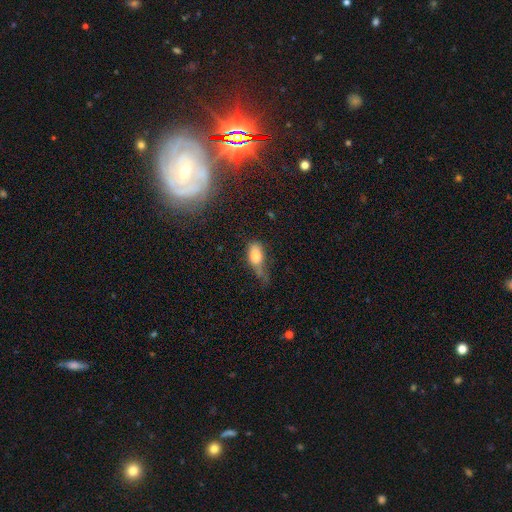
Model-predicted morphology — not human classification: type=smooth (75%); roundness=in between (83%); merging=major disturbance (36%).